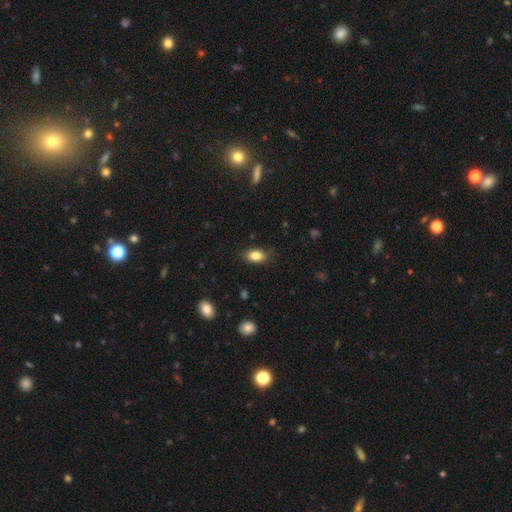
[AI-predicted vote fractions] smooth 84%, featured or disk 8%, star or artifact 8%. Down the decision tree: how rounded — in between (88%); merging — none (80%).